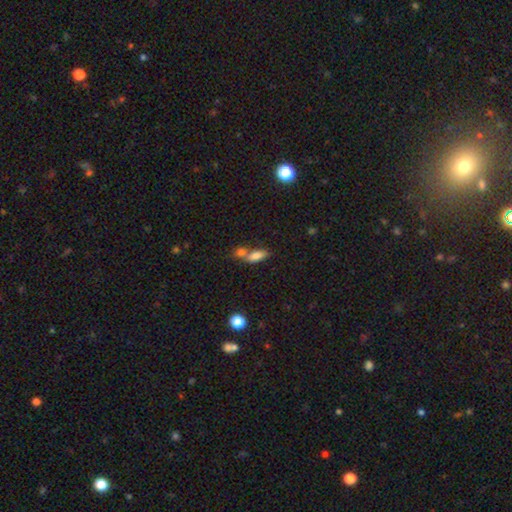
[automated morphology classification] smooth-or-featured: smooth: 79% | featured or disk: 11% | star or artifact: 10%
  how-rounded: in between: 76% | cigar-shaped: 20% | round: 5%
  merging: merger: 50% | none: 34% | minor disturbance: 10% | major disturbance: 5%